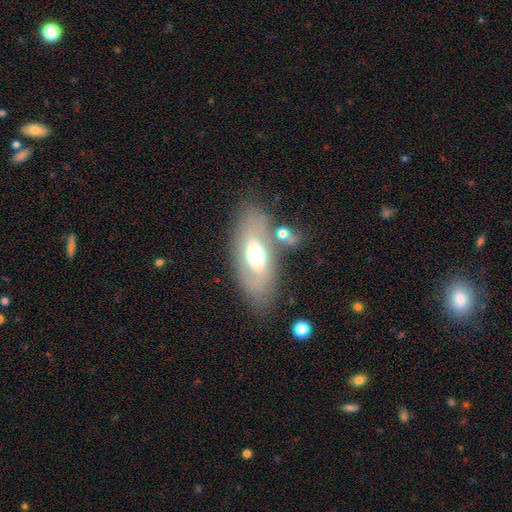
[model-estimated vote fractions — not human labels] Smooth or featured? Predicted: smooth (p=0.49). Merging? Predicted: none (p=0.68).